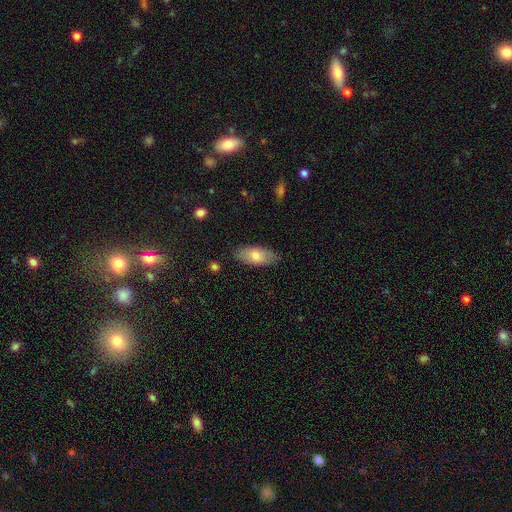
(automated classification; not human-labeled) Smooth or featured?
  - smooth: 74% *
  - featured or disk: 20%
  - star or artifact: 6%
How rounded?
  - in between: 87% *
  - cigar-shaped: 10%
  - round: 3%
Merging?
  - none: 85% *
  - minor disturbance: 11%
  - major disturbance: 2%
  - merger: 1%